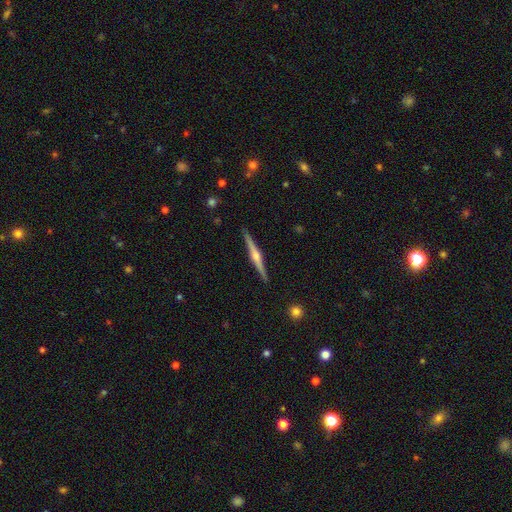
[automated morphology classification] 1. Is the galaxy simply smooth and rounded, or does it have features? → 80% featured or disk, 15% smooth, 5% star or artifact.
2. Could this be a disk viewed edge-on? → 99% yes, 1% no.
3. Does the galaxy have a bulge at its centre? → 90% rounded, 6% boxy, 4% none.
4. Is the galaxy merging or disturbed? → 91% none, 6% minor disturbance, 1% major disturbance, 1% merger.